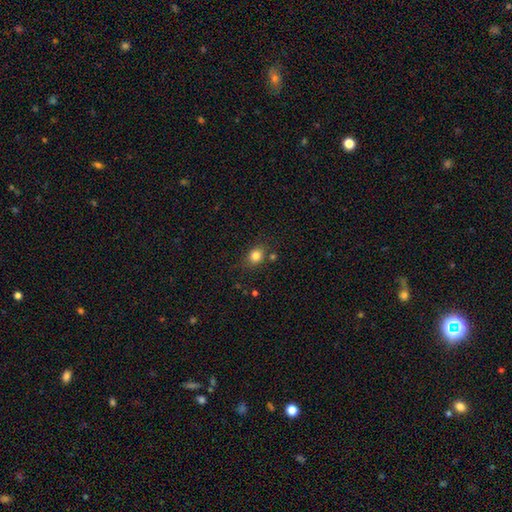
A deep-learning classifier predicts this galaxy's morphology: Smooth or featured? Predicted: smooth (p=0.82). How rounded? Predicted: round (p=0.58). Merging? Predicted: none (p=0.75).